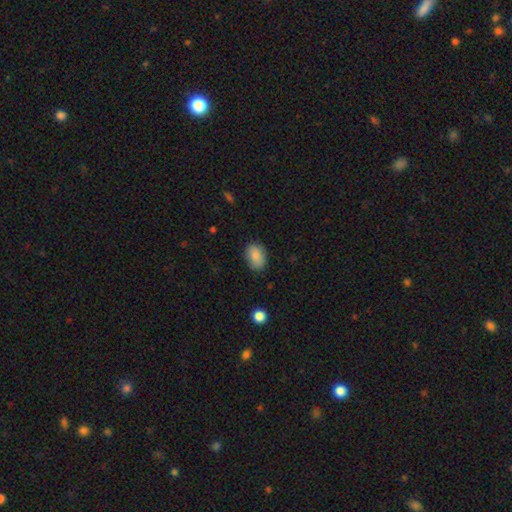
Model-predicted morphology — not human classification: Q: Smooth or featured?
A: smooth (87%); runner-up: star or artifact (8%)
Q: How rounded?
A: in between (82%); runner-up: round (16%)
Q: Merging?
A: none (79%); runner-up: minor disturbance (16%)